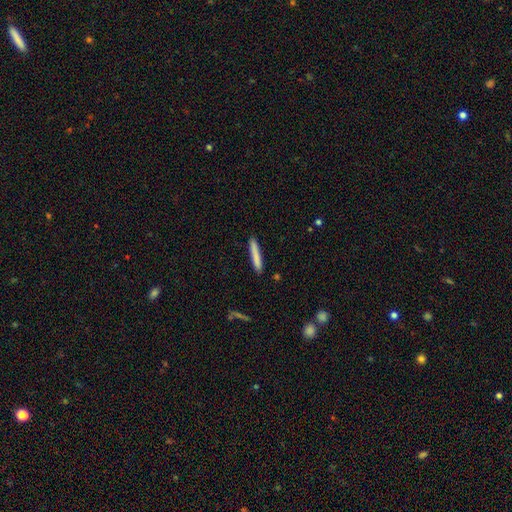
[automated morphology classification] Q: Smooth or featured?
A: smooth (80%); runner-up: featured or disk (14%)
Q: How rounded?
A: cigar-shaped (95%); runner-up: in between (3%)
Q: Merging?
A: none (90%); runner-up: minor disturbance (7%)